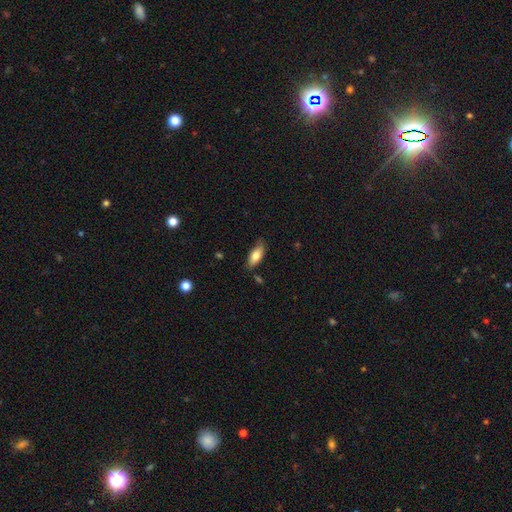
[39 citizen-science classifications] Smooth or featured?
  - smooth: 90% *
  - featured or disk: 5%
  - star or artifact: 5%
How rounded?
  - in between: 91% *
  - cigar-shaped: 9%
  - round: 0%
Merging?
  - none: 70% *
  - minor disturbance: 19%
  - major disturbance: 5%
  - merger: 5%